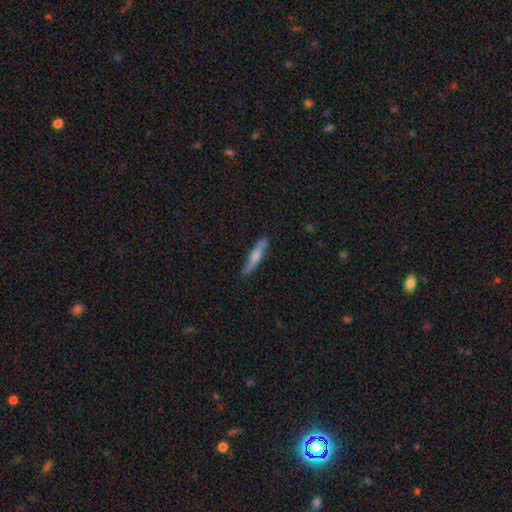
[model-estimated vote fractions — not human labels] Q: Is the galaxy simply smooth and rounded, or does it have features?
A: smooth — 55%.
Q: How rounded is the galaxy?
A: cigar-shaped — 91%.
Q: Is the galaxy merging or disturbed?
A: none — 85%.